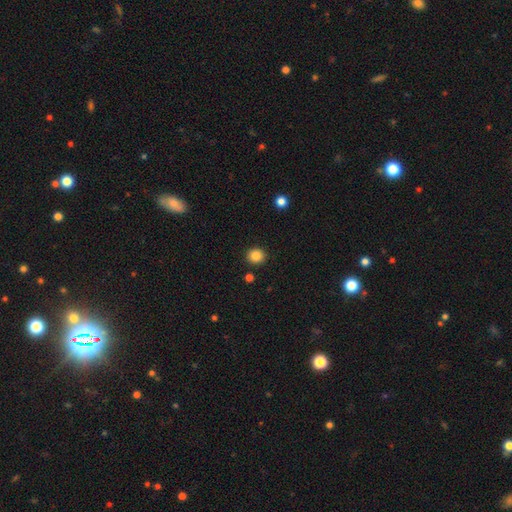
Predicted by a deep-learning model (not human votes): Morphology: type=smooth (86%); roundness=round (85%); merging=none (91%).